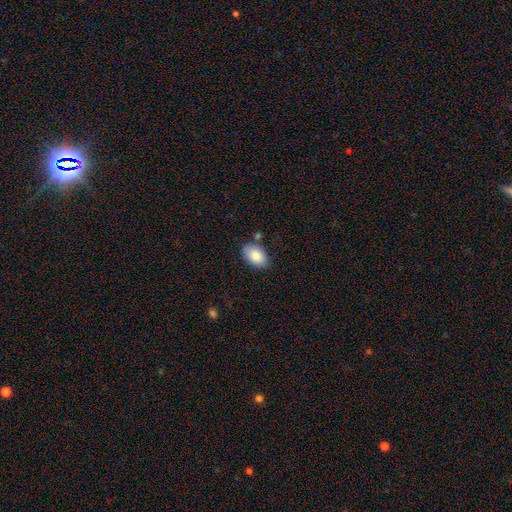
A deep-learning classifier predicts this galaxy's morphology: smooth 84%, featured or disk 10%, star or artifact 7%. Down the decision tree: how rounded — in between (90%); merging — none (77%).